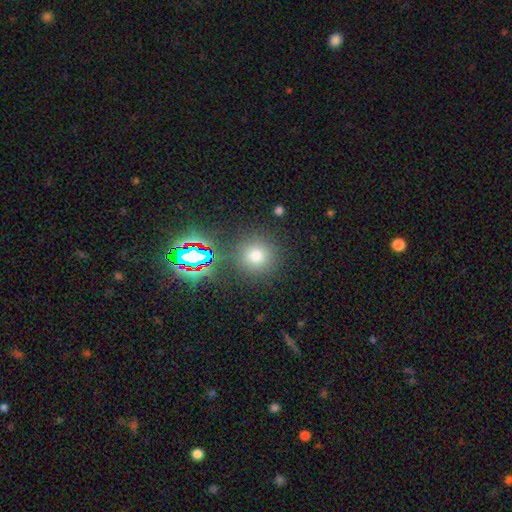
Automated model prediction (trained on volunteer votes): smooth_or_featured: smooth (p=0.69) [alt: star or artifact p=0.23]
how_rounded: round (p=0.93) [alt: in between p=0.06]
merging: none (p=0.84) [alt: minor disturbance p=0.08]